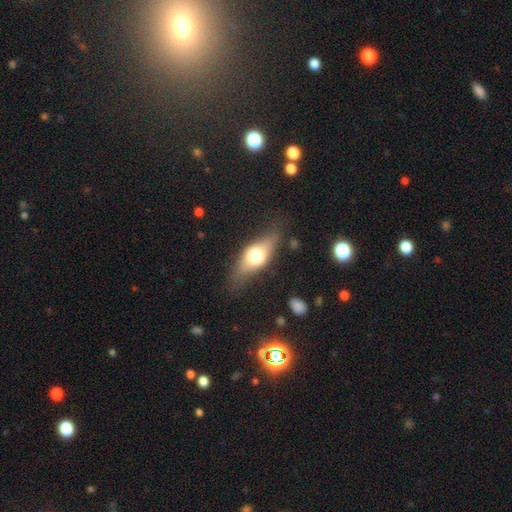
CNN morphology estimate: A smooth galaxy with no disk features (52%) that is in between round and cigar-shaped (70%). Merging: none (69%).